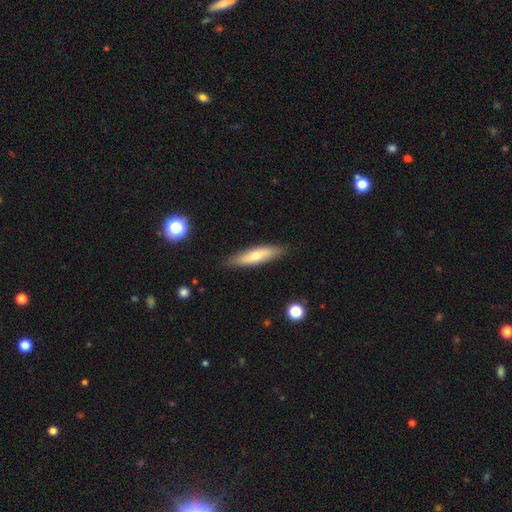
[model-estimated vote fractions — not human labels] Smooth or featured?
  - smooth: 65% *
  - featured or disk: 29%
  - star or artifact: 6%
How rounded?
  - cigar-shaped: 67% *
  - in between: 32%
  - round: 2%
Merging?
  - none: 85% *
  - minor disturbance: 11%
  - major disturbance: 2%
  - merger: 1%